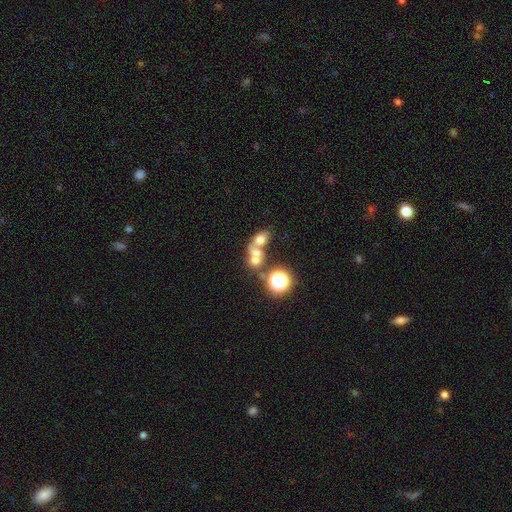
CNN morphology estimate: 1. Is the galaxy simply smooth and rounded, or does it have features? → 58% smooth, 21% star or artifact, 21% featured or disk.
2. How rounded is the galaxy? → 60% round, 38% in between, 2% cigar-shaped.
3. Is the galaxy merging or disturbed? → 61% merger, 26% none, 7% minor disturbance, 6% major disturbance.